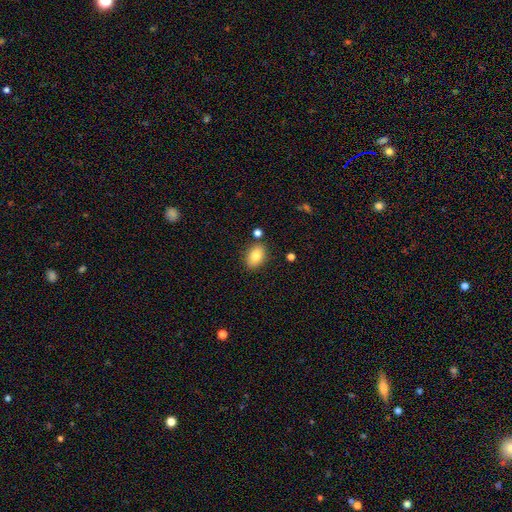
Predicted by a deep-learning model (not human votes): A smooth galaxy with no disk features (82%) that is in between round and cigar-shaped (84%).

Vote fractions:
- Smooth or featured? smooth: 82% / featured or disk: 10% / star or artifact: 8%
- How rounded? in between: 84% / round: 14% / cigar-shaped: 1%
- Merging? none: 83% / minor disturbance: 10% / merger: 4% / major disturbance: 2%